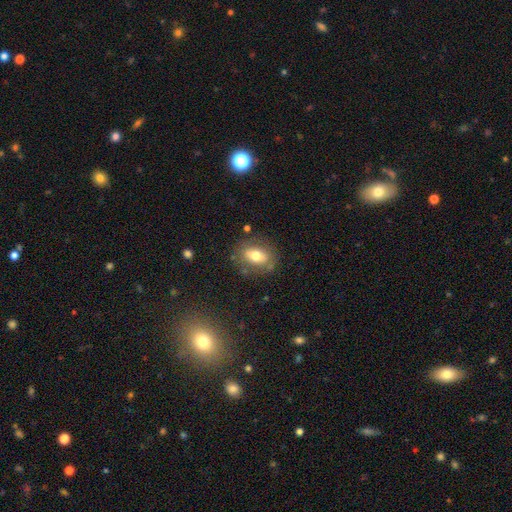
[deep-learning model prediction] A smooth galaxy with no disk features (67%) that is in between round and cigar-shaped (73%).

Vote fractions:
- Smooth or featured? smooth: 67% / featured or disk: 24% / star or artifact: 9%
- How rounded? in between: 73% / round: 24% / cigar-shaped: 3%
- Merging? none: 77% / minor disturbance: 15% / major disturbance: 5% / merger: 3%